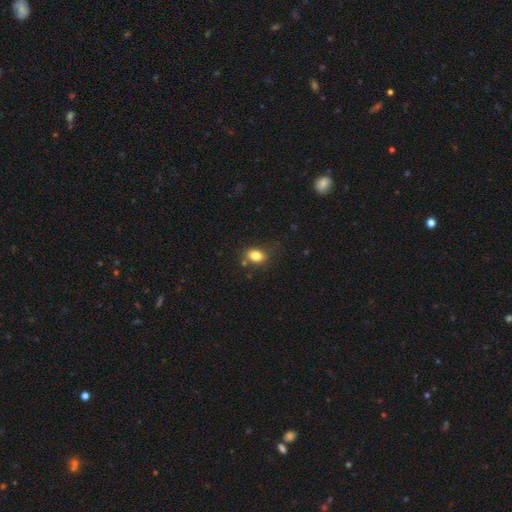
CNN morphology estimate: Smooth or featured? smooth (82%)
How rounded? in between (74%)
Merging? none (74%)